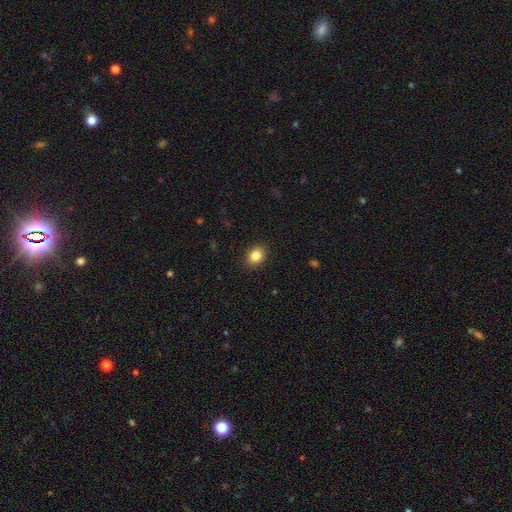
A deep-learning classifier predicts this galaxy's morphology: A smooth galaxy with no disk features (85%) that is in between round and cigar-shaped (51%). Merging: none (90%).